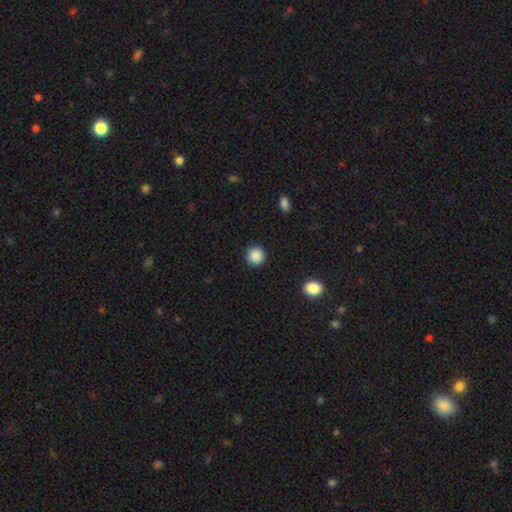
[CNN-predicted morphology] Overall: smooth (88%). How rounded: round (94%). Merging: none (91%).